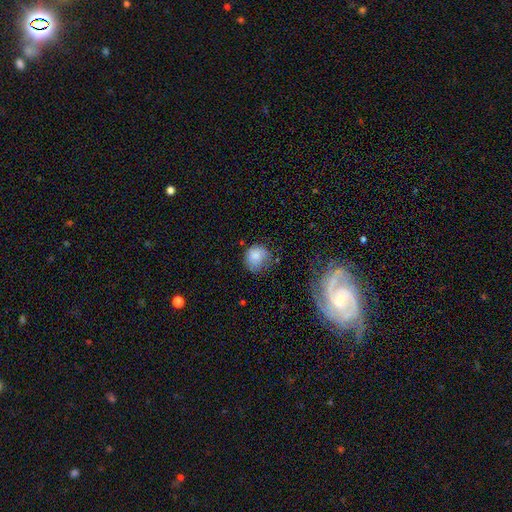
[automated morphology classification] smooth-or-featured: smooth: 81% | featured or disk: 10% | star or artifact: 9%
  how-rounded: round: 77% | in between: 22% | cigar-shaped: 1%
  merging: none: 54% | minor disturbance: 31% | major disturbance: 11% | merger: 4%